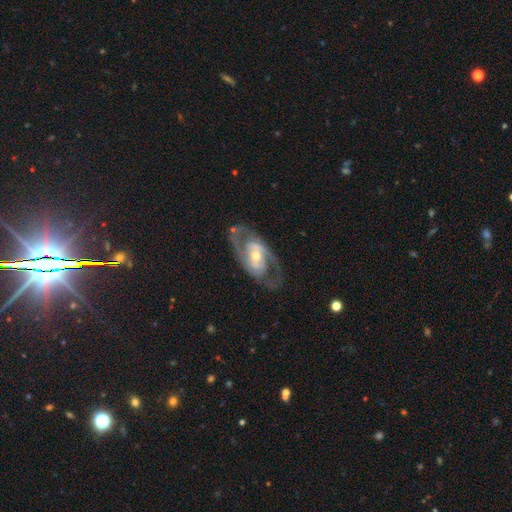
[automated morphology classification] Q: Smooth or featured?
A: featured or disk (84%); runner-up: smooth (11%)
Q: Edge-on disk?
A: no (94%); runner-up: yes (6%)
Q: Bar?
A: no (43%); runner-up: weak (35%)
Q: Spiral arms?
A: yes (84%); runner-up: no (16%)
Q: Spiral winding?
A: medium (50%); runner-up: tight (33%)
Q: Spiral arm count?
A: 2 (83%); runner-up: can't tell (9%)
Q: Bulge size?
A: moderate (60%); runner-up: small (32%)
Q: Merging?
A: none (74%); runner-up: minor disturbance (14%)